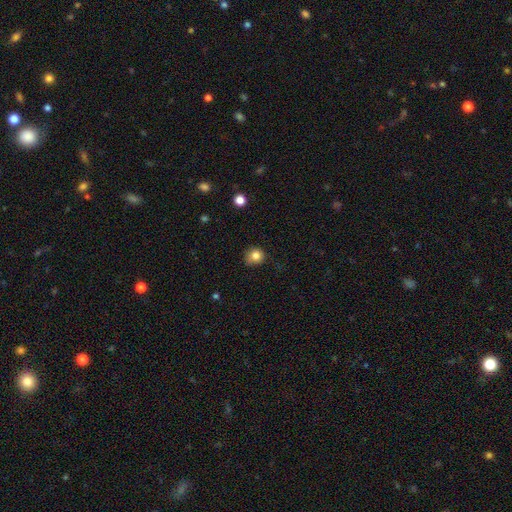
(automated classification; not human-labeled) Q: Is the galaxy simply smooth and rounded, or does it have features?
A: smooth — 82%.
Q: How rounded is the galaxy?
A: round — 86%.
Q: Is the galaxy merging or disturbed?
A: none — 73%.